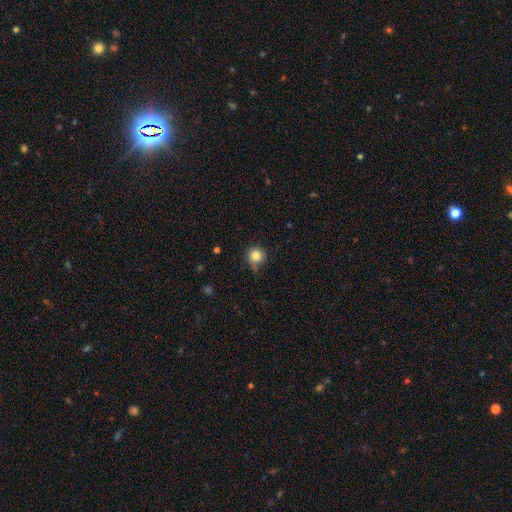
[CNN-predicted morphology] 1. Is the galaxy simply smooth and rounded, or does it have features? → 84% smooth, 11% star or artifact, 6% featured or disk.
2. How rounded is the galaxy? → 92% round, 7% in between, 1% cigar-shaped.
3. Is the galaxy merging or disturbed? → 68% none, 23% minor disturbance, 6% major disturbance, 3% merger.